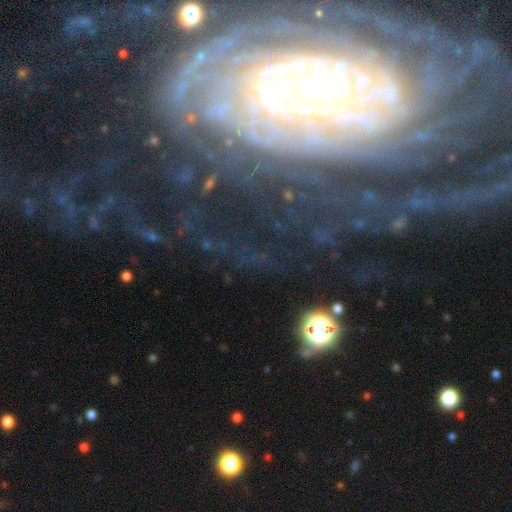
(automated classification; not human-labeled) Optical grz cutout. It shows a featured or disk galaxy (87%) with no bar (62%), tight (73%) spiral arms (96%) and a small central bulge (52%). Merging: none (64%).